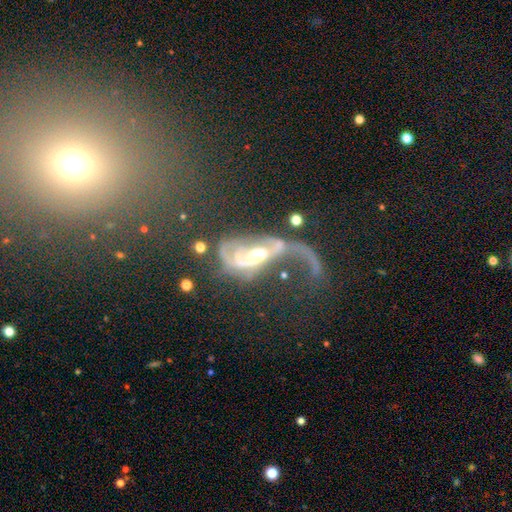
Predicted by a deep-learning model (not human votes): Smooth or featured?
  - featured or disk: 78% *
  - smooth: 13%
  - star or artifact: 10%
Edge-on disk?
  - no: 92% *
  - yes: 8%
Bar?
  - no: 40% *
  - weak: 35%
  - strong: 25%
Spiral arms?
  - yes: 78% *
  - no: 22%
Spiral winding?
  - loose: 75% *
  - medium: 18%
  - tight: 8%
Spiral arm count?
  - 1: 45% *
  - 2: 39%
  - can't tell: 10%
  - 3: 3%
  - 4: 2%
  - more than 4: 2%
Bulge size?
  - moderate: 55% *
  - small: 24%
  - large: 13%
  - none: 4%
  - dominant: 3%
Merging?
  - major disturbance: 49% *
  - merger: 26%
  - none: 16%
  - minor disturbance: 9%